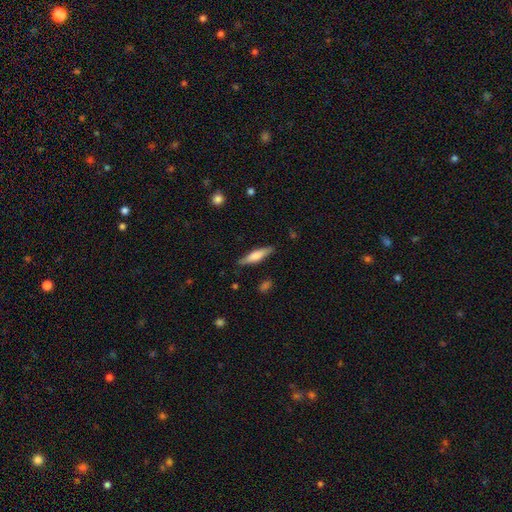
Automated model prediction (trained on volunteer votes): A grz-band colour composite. It shows a smooth galaxy with no disk features (61%) that is cigar-shaped (76%). Merging: none (86%).